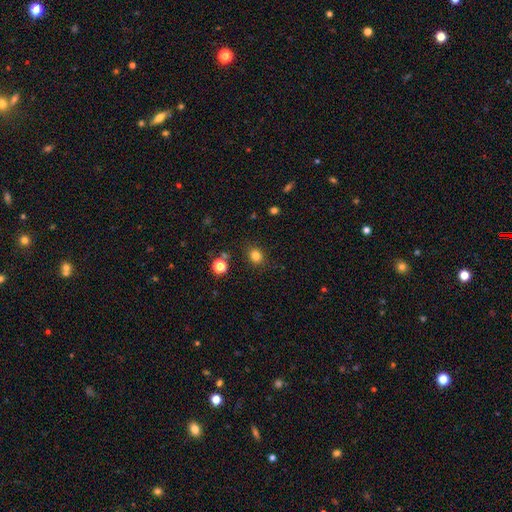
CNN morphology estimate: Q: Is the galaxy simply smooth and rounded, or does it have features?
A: smooth — 81%.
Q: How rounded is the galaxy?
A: round — 71%.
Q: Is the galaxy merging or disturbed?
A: none — 86%.